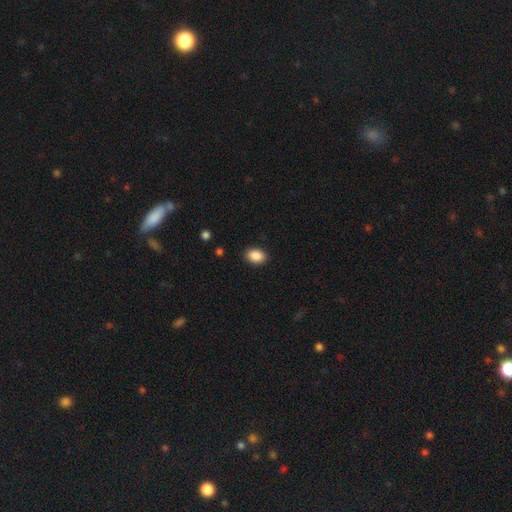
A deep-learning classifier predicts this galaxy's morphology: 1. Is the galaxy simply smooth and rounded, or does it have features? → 89% smooth, 8% star or artifact, 3% featured or disk.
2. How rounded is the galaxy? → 77% in between, 22% round, 1% cigar-shaped.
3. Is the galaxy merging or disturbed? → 88% none, 9% minor disturbance, 2% major disturbance, 1% merger.